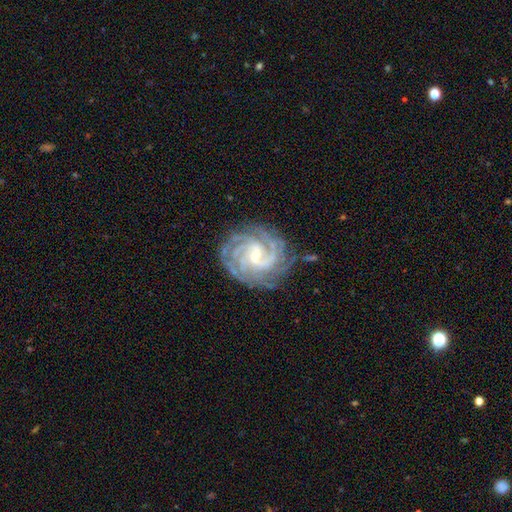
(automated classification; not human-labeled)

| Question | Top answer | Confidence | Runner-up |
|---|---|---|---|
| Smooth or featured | featured or disk | 91% | star or artifact (5%) |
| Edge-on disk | no | 98% | yes (2%) |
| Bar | weak | 44% | no (40%) |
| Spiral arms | yes | 99% | no (1%) |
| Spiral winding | tight | 74% | medium (23%) |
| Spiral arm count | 4 | 34% | 3 (19%) |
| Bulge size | small | 65% | moderate (32%) |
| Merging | none | 79% | minor disturbance (15%) |